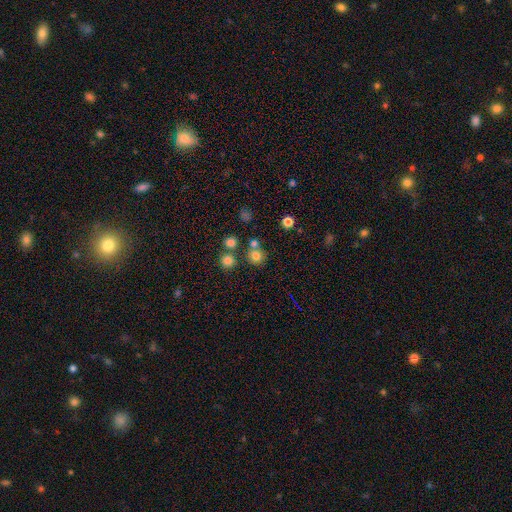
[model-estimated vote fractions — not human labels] Q: Smooth or featured?
A: smooth (76%); runner-up: star or artifact (17%)
Q: How rounded?
A: round (91%); runner-up: in between (8%)
Q: Merging?
A: none (70%); runner-up: merger (18%)